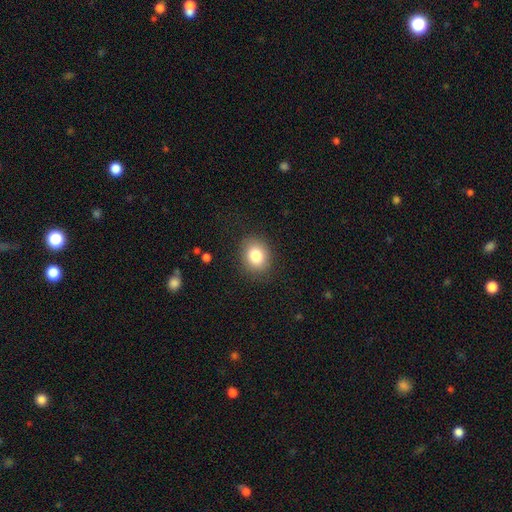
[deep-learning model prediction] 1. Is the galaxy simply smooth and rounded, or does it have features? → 82% smooth, 10% star or artifact, 8% featured or disk.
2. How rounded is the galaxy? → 55% round, 44% in between, 1% cigar-shaped.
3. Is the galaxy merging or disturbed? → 86% none, 9% minor disturbance, 3% major disturbance, 1% merger.